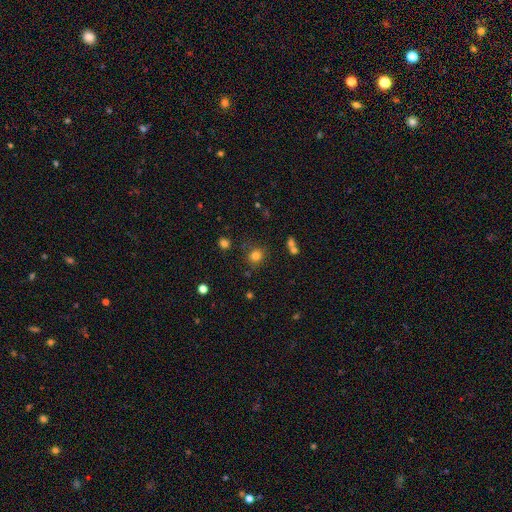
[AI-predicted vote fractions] Smooth or featured?
  - smooth: 79% *
  - star or artifact: 15%
  - featured or disk: 6%
How rounded?
  - round: 82% *
  - in between: 17%
  - cigar-shaped: 1%
Merging?
  - none: 80% *
  - minor disturbance: 11%
  - merger: 5%
  - major disturbance: 4%